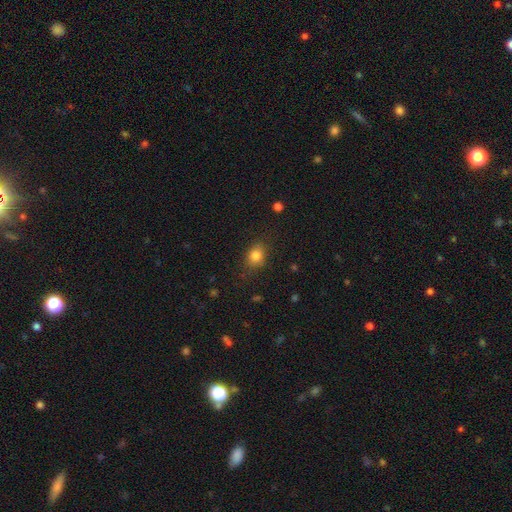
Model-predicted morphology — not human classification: Overall: smooth (82%). How rounded: in between (52%; round 47%). Merging: none (78%).